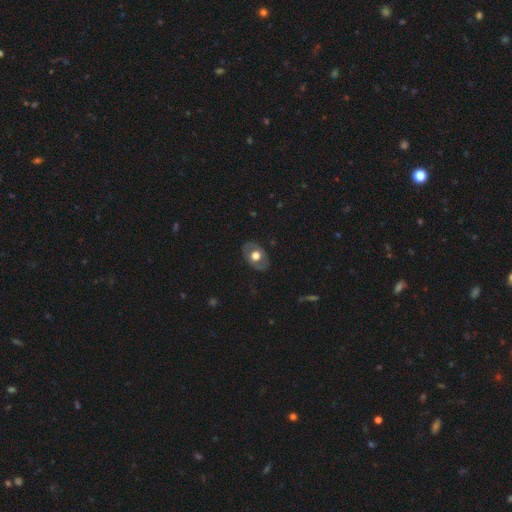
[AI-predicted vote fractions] The model was most divided on "smooth or featured": featured or disk: 48%, smooth: 45%, star or artifact: 7%. More confident: merging — none (82%).